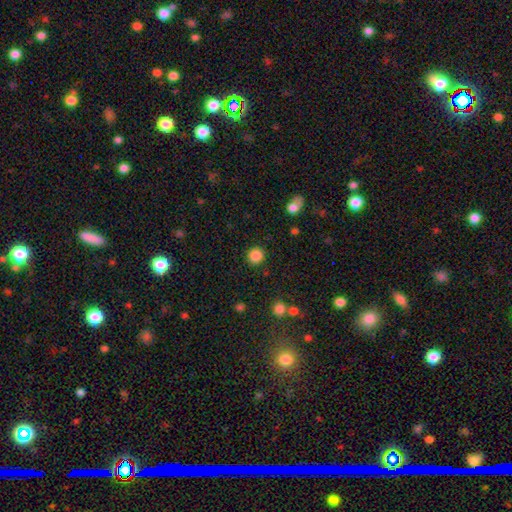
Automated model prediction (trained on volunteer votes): The model was most divided on "smooth or featured": smooth: 86%, star or artifact: 11%, featured or disk: 3%. More confident: how rounded — round (93%); merging — none (90%).